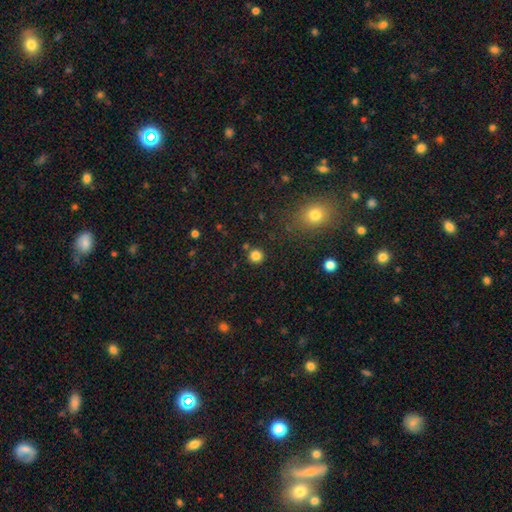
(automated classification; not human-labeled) Overall: smooth (82%). How rounded: round (93%). Merging: none (87%).